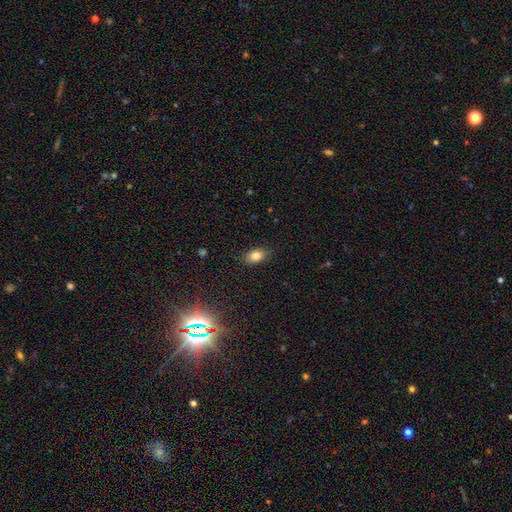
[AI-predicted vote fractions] This is clearly a smooth galaxy (82%). How rounded: clearly in between (82%). Merging: clearly none (86%).